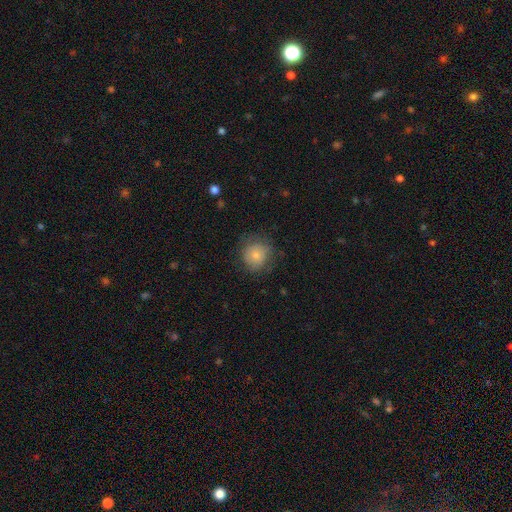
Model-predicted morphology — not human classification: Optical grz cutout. It shows a smooth galaxy with no disk features (72%) that is round (89%). Merging: none (74%).